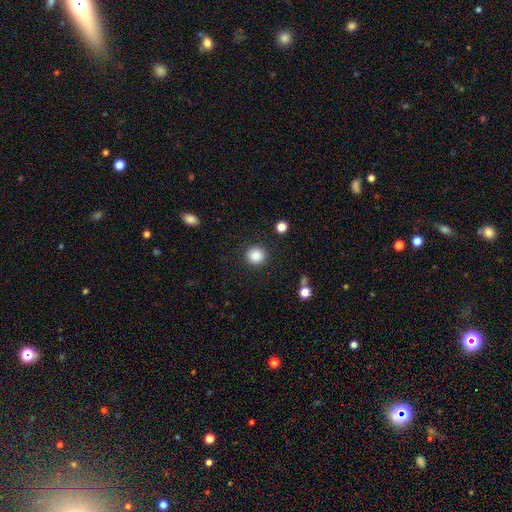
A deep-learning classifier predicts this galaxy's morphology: Q: Smooth or featured?
A: smooth (87%); runner-up: star or artifact (9%)
Q: How rounded?
A: round (93%); runner-up: in between (6%)
Q: Merging?
A: none (90%); runner-up: minor disturbance (6%)